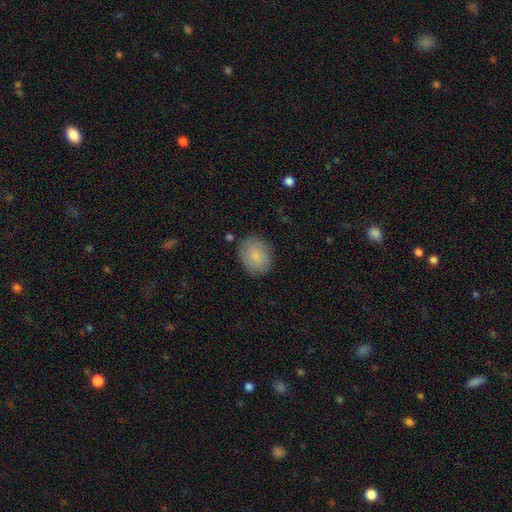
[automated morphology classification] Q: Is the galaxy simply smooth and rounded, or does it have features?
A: smooth — 79%.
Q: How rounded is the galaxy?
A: round — 50%.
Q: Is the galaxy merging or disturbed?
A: none — 82%.